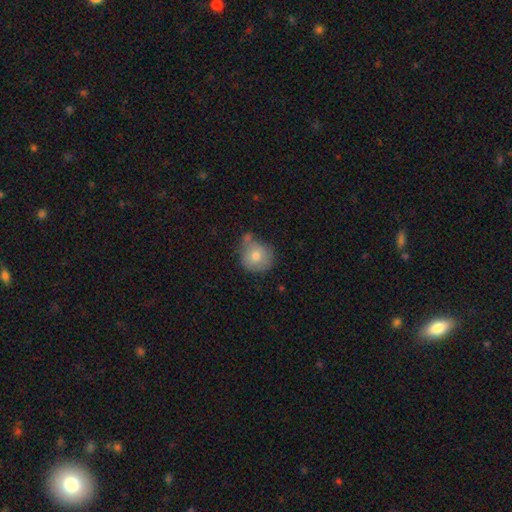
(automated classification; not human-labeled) A smooth galaxy with no disk features (76%) that is round (87%). Merging: none (56%).